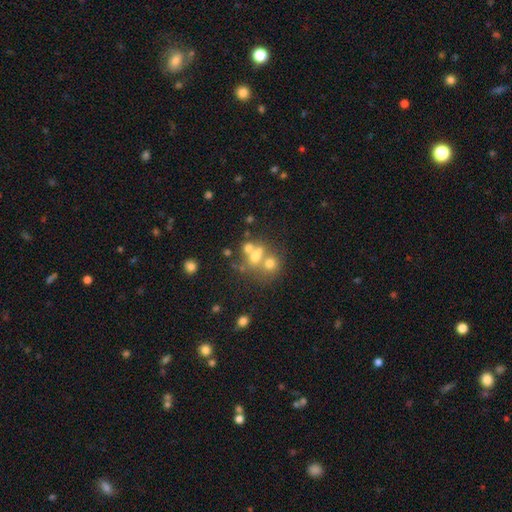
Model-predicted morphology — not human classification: smooth 56%, featured or disk 25%, star or artifact 19%. Down the decision tree: how rounded — round (70%); merging — merger (49%).